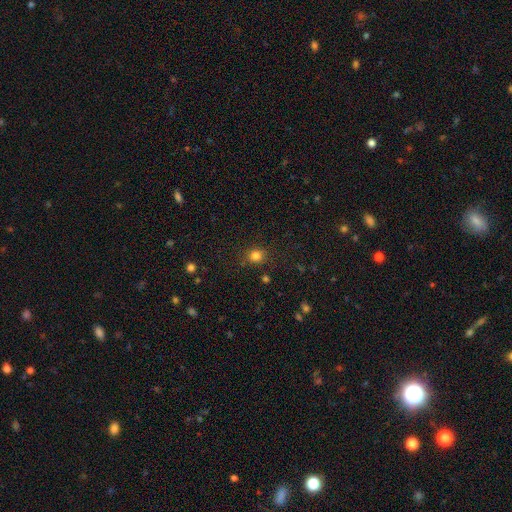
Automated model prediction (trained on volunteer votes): Smooth or featured? Predicted: smooth (p=0.81). How rounded? Predicted: round (p=0.80). Merging? Predicted: none (p=0.85).